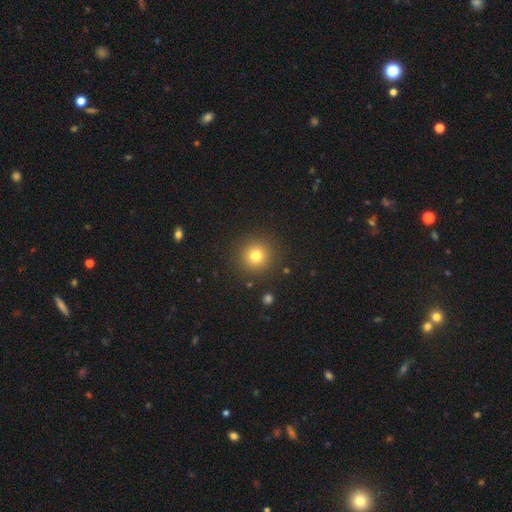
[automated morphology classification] Q: Smooth or featured?
A: smooth (78%); runner-up: star or artifact (14%)
Q: How rounded?
A: round (94%); runner-up: in between (5%)
Q: Merging?
A: none (90%); runner-up: minor disturbance (6%)